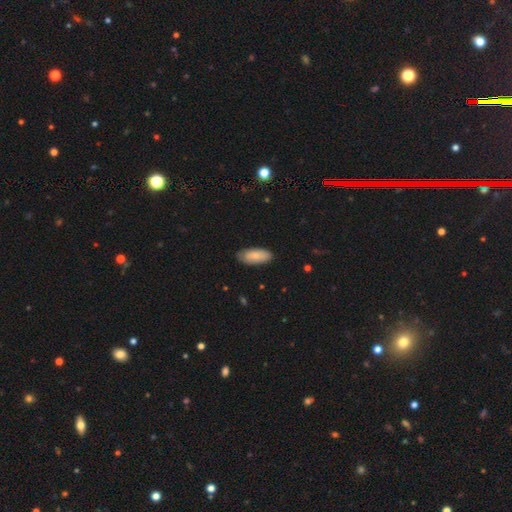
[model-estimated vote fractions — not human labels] Smooth or featured?
  - smooth: 80% *
  - featured or disk: 14%
  - star or artifact: 6%
How rounded?
  - in between: 87% *
  - cigar-shaped: 11%
  - round: 2%
Merging?
  - none: 83% *
  - minor disturbance: 14%
  - major disturbance: 2%
  - merger: 1%